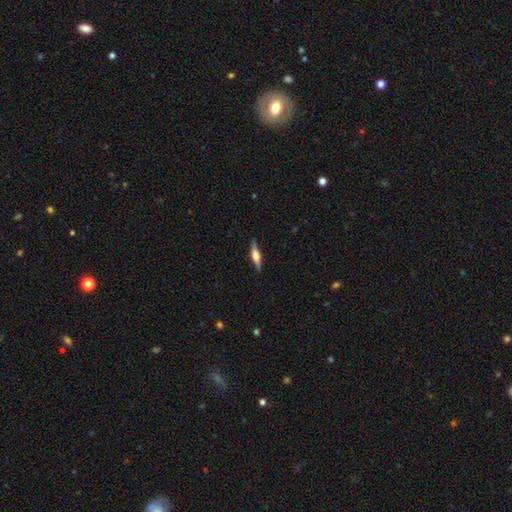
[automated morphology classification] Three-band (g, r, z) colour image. It shows a featured or disk galaxy (59%) viewed edge-on (96%) with a rounded central bulge (88%). Merging: none (87%).